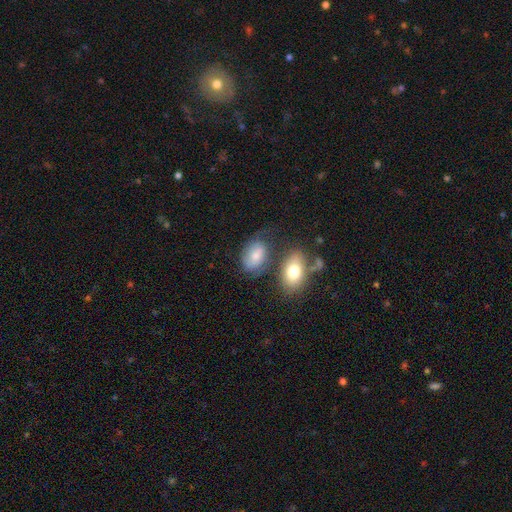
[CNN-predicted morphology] Q: Smooth or featured?
A: smooth (66%); runner-up: featured or disk (25%)
Q: How rounded?
A: in between (82%); runner-up: round (17%)
Q: Merging?
A: none (49%); runner-up: minor disturbance (24%)